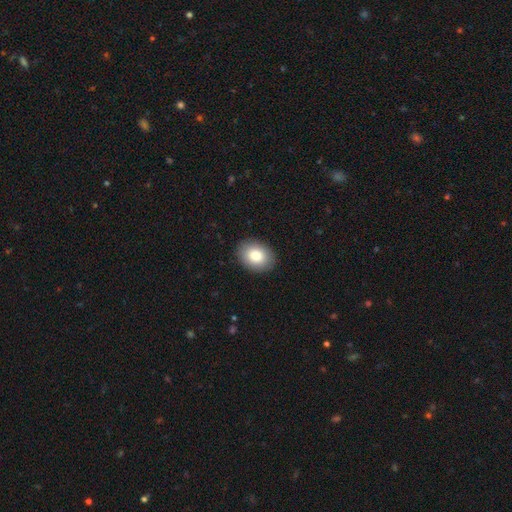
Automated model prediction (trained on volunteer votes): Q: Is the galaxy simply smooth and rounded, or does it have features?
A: smooth — 85%.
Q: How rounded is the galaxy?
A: in between — 71%.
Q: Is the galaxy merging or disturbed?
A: none — 89%.